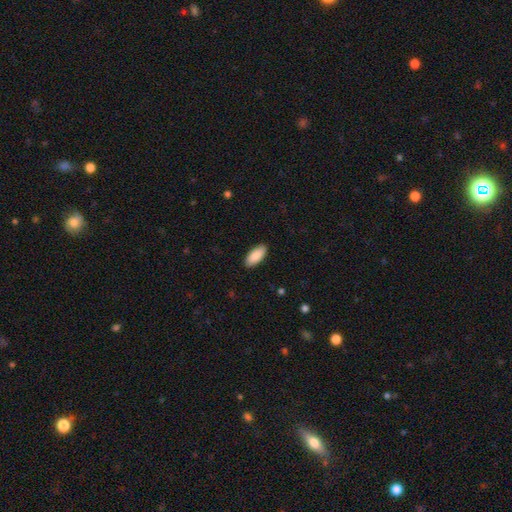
Q: Smooth or featured?
A: smooth (100%)
Q: How rounded?
A: in between (100%)
Q: Merging?
A: none (92%); runner-up: minor disturbance (5%)